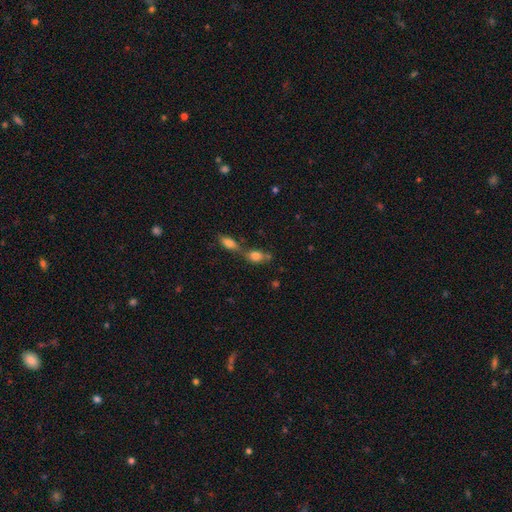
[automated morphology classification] A smooth galaxy with no disk features (77%) that is in between round and cigar-shaped (73%).

Vote fractions:
- Smooth or featured? smooth: 77% / featured or disk: 13% / star or artifact: 10%
- How rounded? in between: 73% / round: 20% / cigar-shaped: 7%
- Merging? merger: 48% / none: 35% / minor disturbance: 12% / major disturbance: 5%